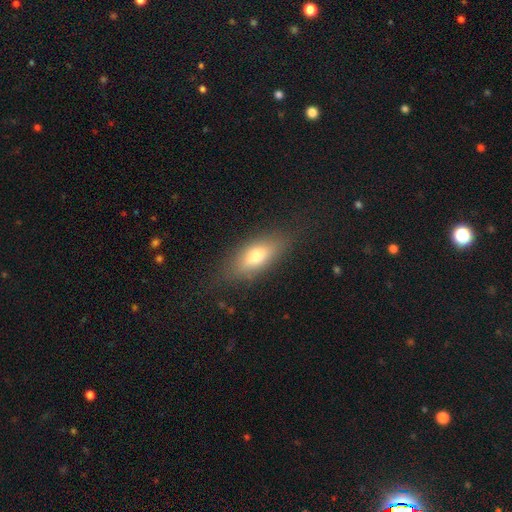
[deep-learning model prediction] smooth-or-featured: smooth: 71% | featured or disk: 20% | star or artifact: 8%
  how-rounded: in between: 78% | cigar-shaped: 17% | round: 5%
  merging: none: 79% | minor disturbance: 14% | major disturbance: 6% | merger: 1%